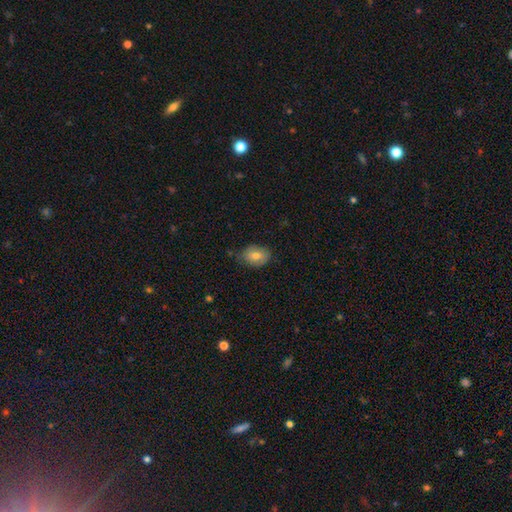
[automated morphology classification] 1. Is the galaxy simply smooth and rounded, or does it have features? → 76% smooth, 16% featured or disk, 8% star or artifact.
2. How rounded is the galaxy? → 76% in between, 23% round, 1% cigar-shaped.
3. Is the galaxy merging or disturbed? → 71% none, 24% minor disturbance, 4% major disturbance, 2% merger.